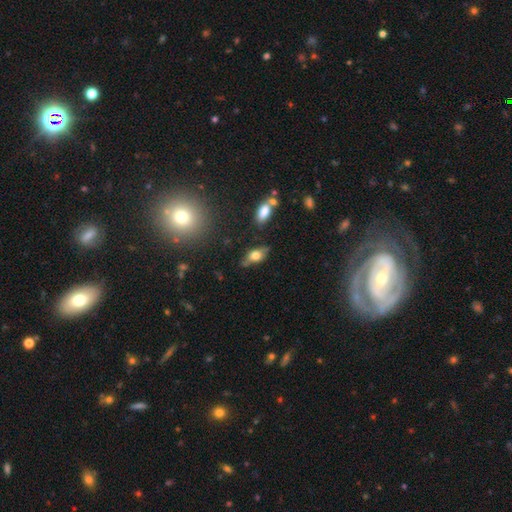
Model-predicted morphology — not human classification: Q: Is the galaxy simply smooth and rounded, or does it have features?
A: smooth — 64%.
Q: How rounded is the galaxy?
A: in between — 81%.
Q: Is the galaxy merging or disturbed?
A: none — 67%.